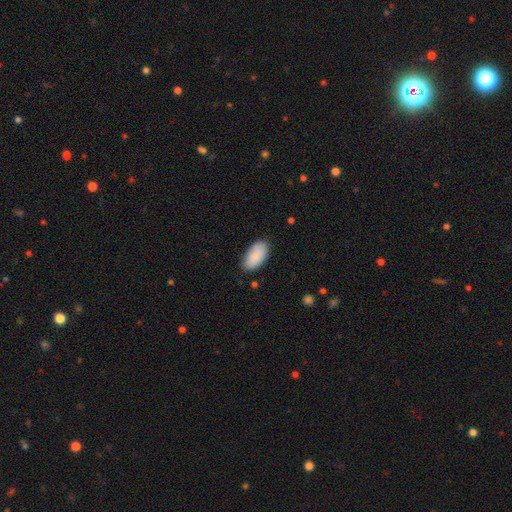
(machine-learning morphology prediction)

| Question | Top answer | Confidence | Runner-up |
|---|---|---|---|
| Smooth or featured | smooth | 89% | star or artifact (6%) |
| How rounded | in between | 95% | cigar-shaped (3%) |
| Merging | none | 83% | minor disturbance (13%) |